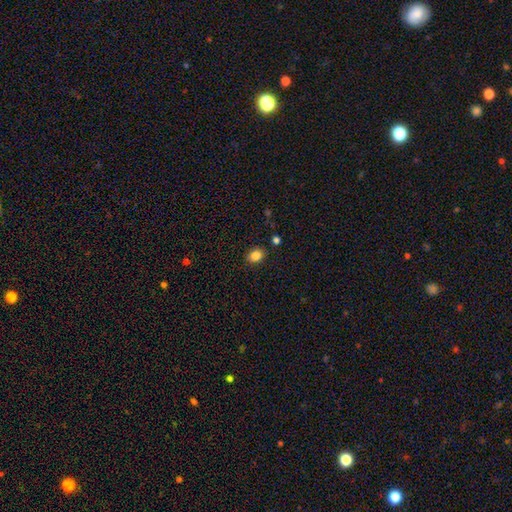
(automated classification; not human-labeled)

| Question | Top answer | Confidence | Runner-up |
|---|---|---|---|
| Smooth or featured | smooth | 85% | star or artifact (11%) |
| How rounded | round | 53% | in between (46%) |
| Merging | none | 86% | minor disturbance (9%) |